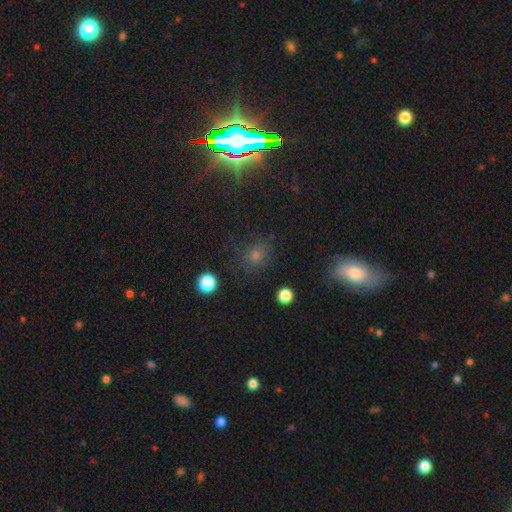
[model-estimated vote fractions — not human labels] smooth 50%, star or artifact 40%, featured or disk 10%. Down the decision tree: how rounded — round (76%); merging — none (83%).